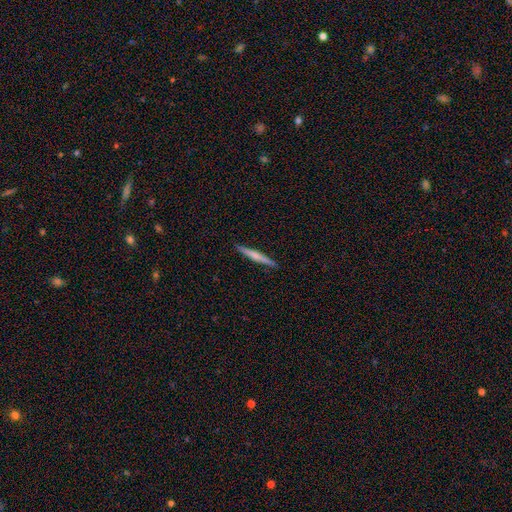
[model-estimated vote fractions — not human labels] Overall: smooth (51%; featured or disk 44%). How rounded: cigar-shaped (96%). Merging: none (91%).